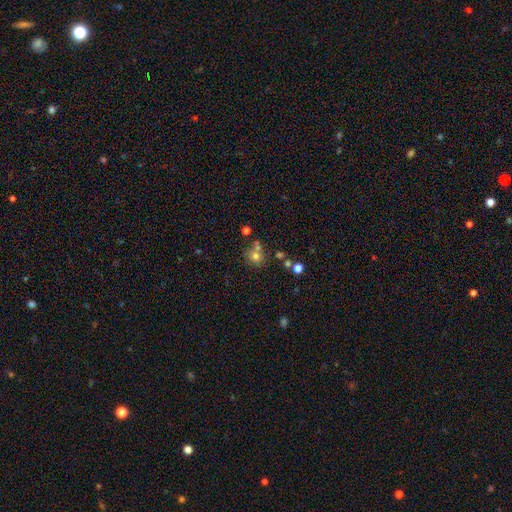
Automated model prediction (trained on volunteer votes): This appears to be a smooth galaxy with no disk features (69%) that is round (83%). Merging: none (58%).